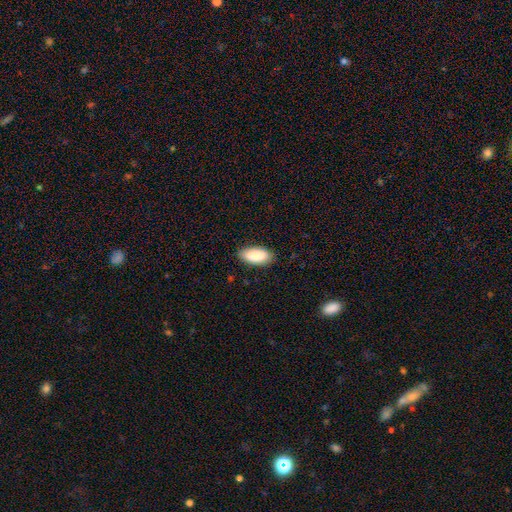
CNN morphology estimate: Smooth or featured: smooth — 87% (featured or disk — 7%)
How rounded: in between — 93% (cigar-shaped — 5%)
Merging: none — 86% (minor disturbance — 11%)